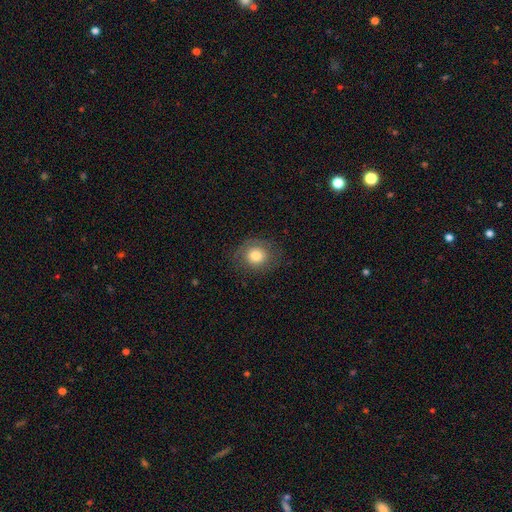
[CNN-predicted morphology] Smooth or featured: smooth — 74% (featured or disk — 16%)
How rounded: round — 78% (in between — 21%)
Merging: none — 76% (minor disturbance — 16%)